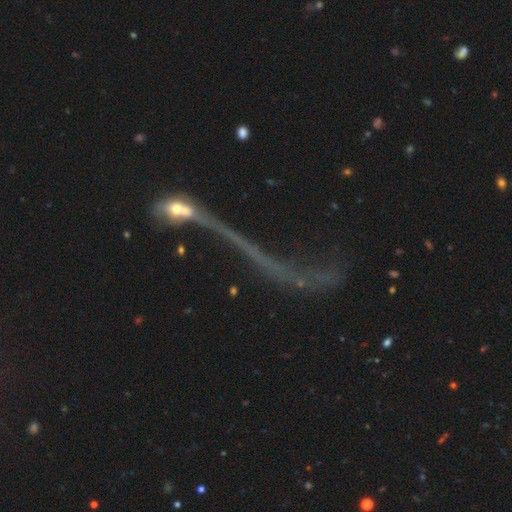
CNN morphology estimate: Smooth or featured? featured or disk (54%)
Edge-on disk? no (70%)
Merging? major disturbance (34%)